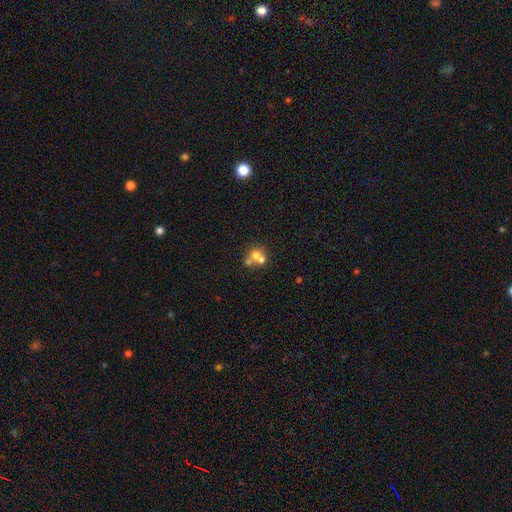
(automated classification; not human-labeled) smooth-or-featured: smooth: 61% | featured or disk: 25% | star or artifact: 14%
  how-rounded: round: 79% | in between: 20% | cigar-shaped: 1%
  merging: merger: 58% | none: 33% | minor disturbance: 6% | major disturbance: 4%